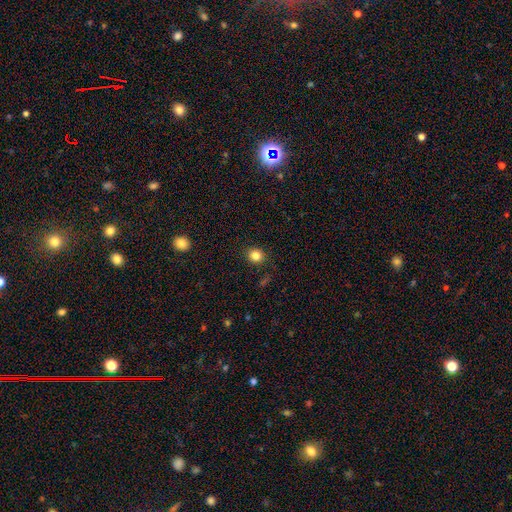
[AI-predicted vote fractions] smooth 83%, star or artifact 12%, featured or disk 5%. Down the decision tree: how rounded — round (81%); merging — none (89%).